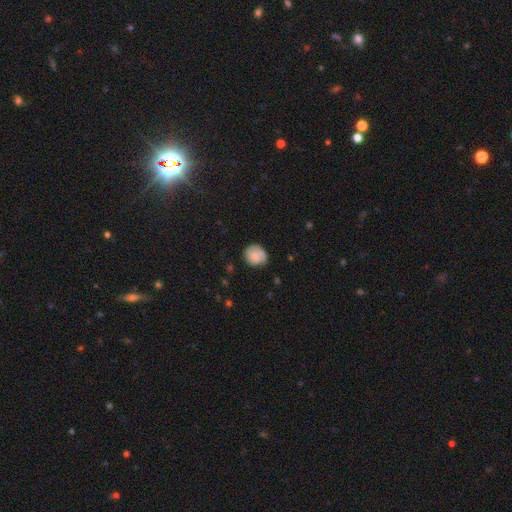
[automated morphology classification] Overall: smooth (66%; featured or disk 26%). How rounded: round (77%). Merging: none (66%).